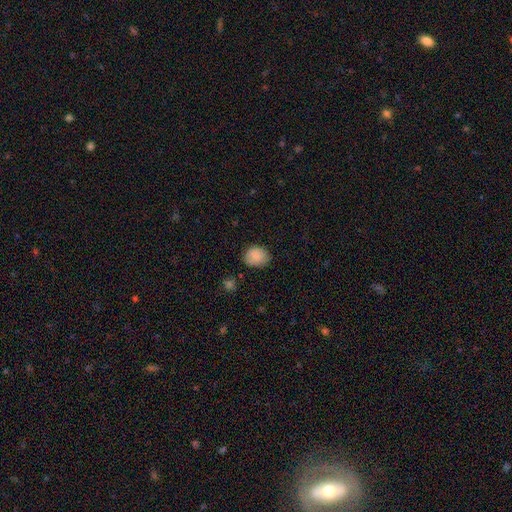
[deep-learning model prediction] This is clearly a smooth galaxy (86%). How rounded: possibly in between (52%). Merging: likely none (71%).